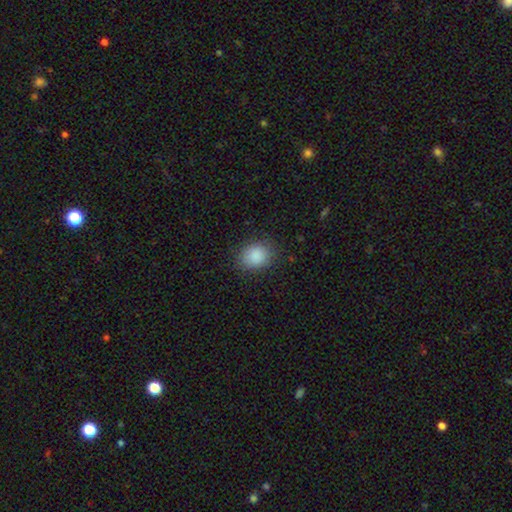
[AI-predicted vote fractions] Q: Smooth or featured?
A: smooth (88%); runner-up: star or artifact (9%)
Q: How rounded?
A: round (52%); runner-up: in between (47%)
Q: Merging?
A: none (83%); runner-up: minor disturbance (13%)